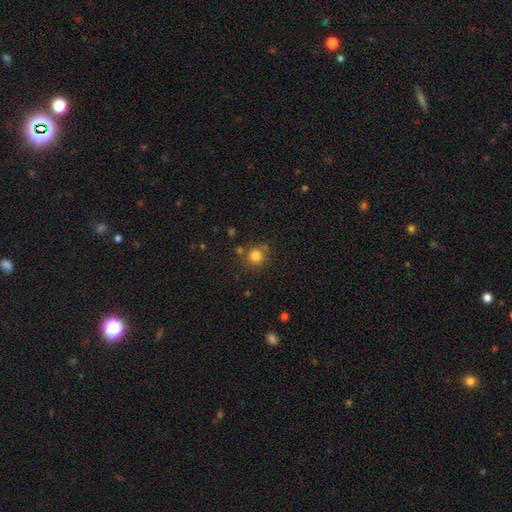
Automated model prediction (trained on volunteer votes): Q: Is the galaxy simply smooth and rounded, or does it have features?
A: smooth — 81%.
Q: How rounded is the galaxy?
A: round — 91%.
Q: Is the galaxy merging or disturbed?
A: none — 74%.